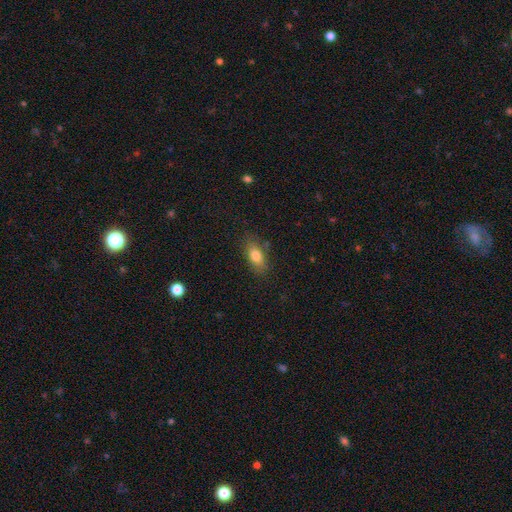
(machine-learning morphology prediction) A smooth galaxy with no disk features (79%) that is in between round and cigar-shaped (84%).

Vote fractions:
- Smooth or featured? smooth: 79% / featured or disk: 12% / star or artifact: 9%
- How rounded? in between: 84% / cigar-shaped: 9% / round: 7%
- Merging? none: 78% / minor disturbance: 15% / major disturbance: 4% / merger: 2%